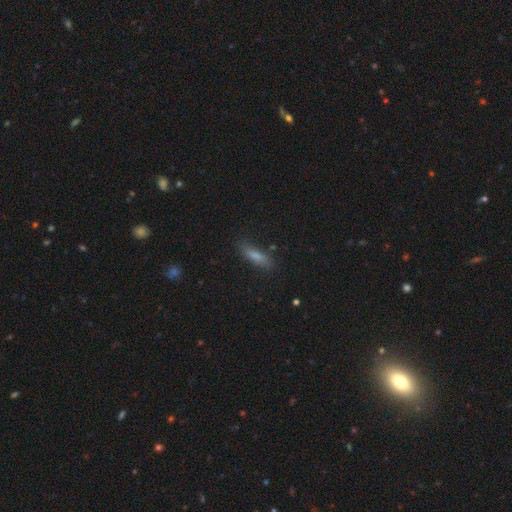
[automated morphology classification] Q: Smooth or featured?
A: smooth (63%); runner-up: featured or disk (22%)
Q: How rounded?
A: cigar-shaped (69%); runner-up: in between (28%)
Q: Merging?
A: none (80%); runner-up: minor disturbance (14%)